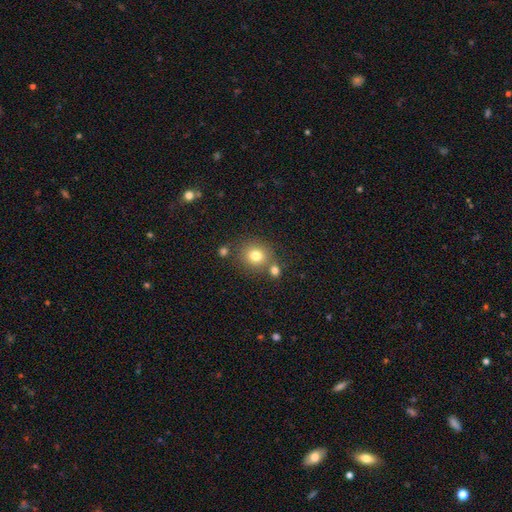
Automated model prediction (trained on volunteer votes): The model was most divided on "merging": none: 69%, merger: 17%, minor disturbance: 10%, major disturbance: 4%. More confident: how rounded — round (82%); smooth or featured — smooth (78%).